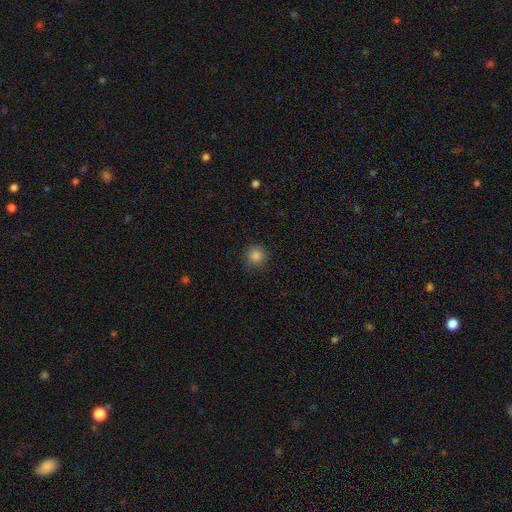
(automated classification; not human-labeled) Smooth or featured?
  - smooth: 85% *
  - star or artifact: 11%
  - featured or disk: 4%
How rounded?
  - round: 94% *
  - in between: 5%
  - cigar-shaped: 1%
Merging?
  - none: 87% *
  - minor disturbance: 10%
  - major disturbance: 3%
  - merger: 1%